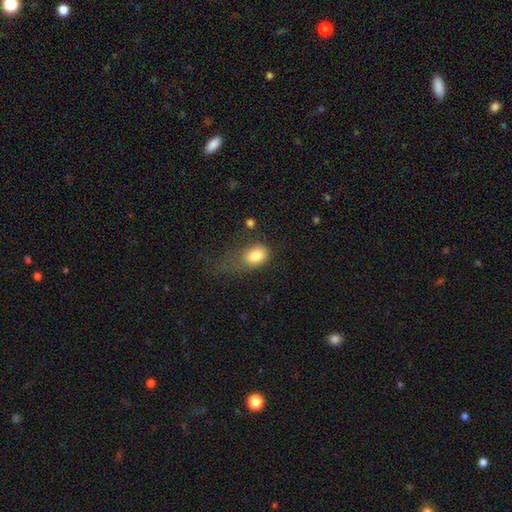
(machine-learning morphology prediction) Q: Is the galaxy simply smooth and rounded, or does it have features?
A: smooth — 81%.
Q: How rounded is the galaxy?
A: in between — 72%.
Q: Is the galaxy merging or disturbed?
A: major disturbance — 36%.